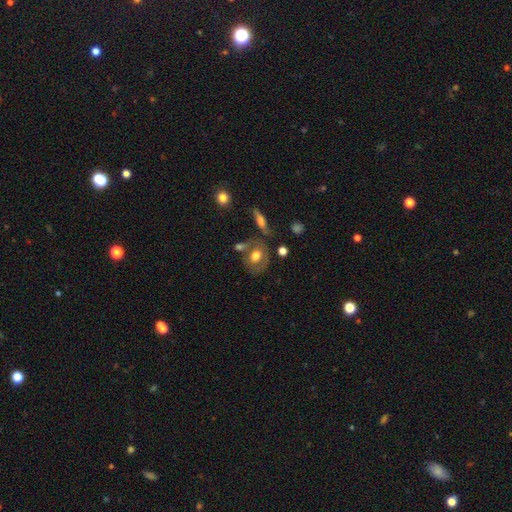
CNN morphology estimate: smooth_or_featured: smooth (p=0.51) [alt: featured or disk p=0.41]
how_rounded: round (p=0.52) [alt: in between p=0.46]
merging: none (p=0.59) [alt: minor disturbance p=0.17]